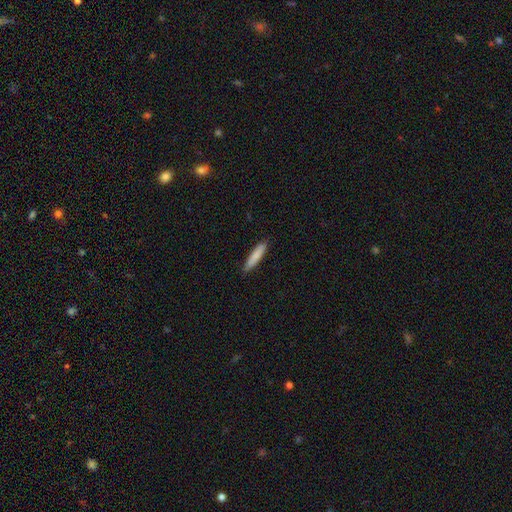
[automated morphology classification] A smooth galaxy with no disk features (83%) that is cigar-shaped (89%). Merging: none (88%).